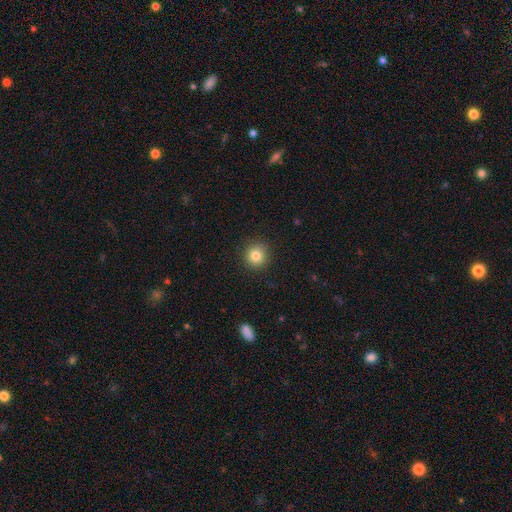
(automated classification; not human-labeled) Morphology: type=smooth (82%); roundness=round (93%); merging=none (91%).